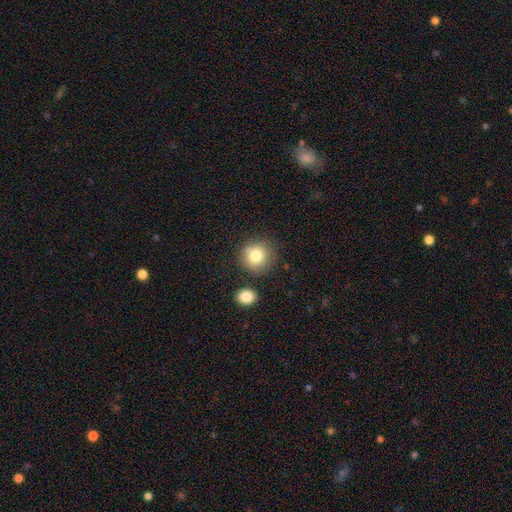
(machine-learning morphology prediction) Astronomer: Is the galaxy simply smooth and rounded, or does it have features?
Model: smooth — 79%.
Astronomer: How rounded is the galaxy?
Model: round — 90%.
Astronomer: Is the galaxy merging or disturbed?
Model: none — 76%.